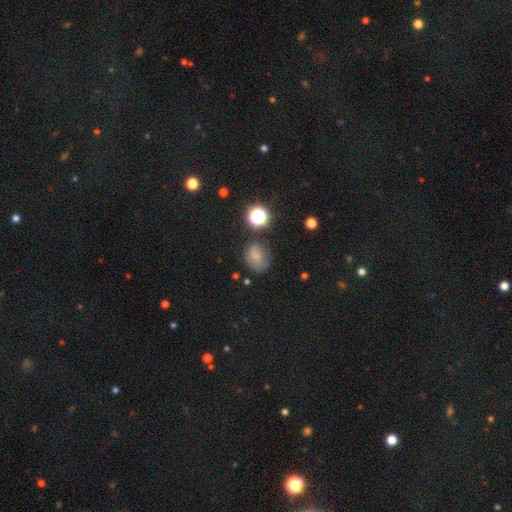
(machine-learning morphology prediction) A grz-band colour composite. It shows a smooth galaxy with no disk features (66%) that is round (57%). Merging: none (59%).